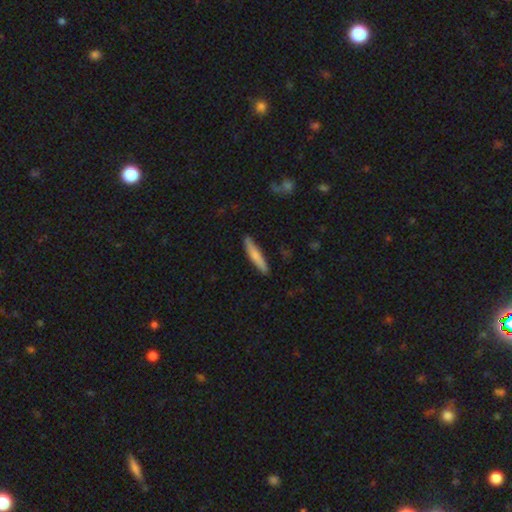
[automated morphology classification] smooth 73%, featured or disk 22%, star or artifact 5%. Down the decision tree: how rounded — cigar-shaped (91%); merging — none (87%).